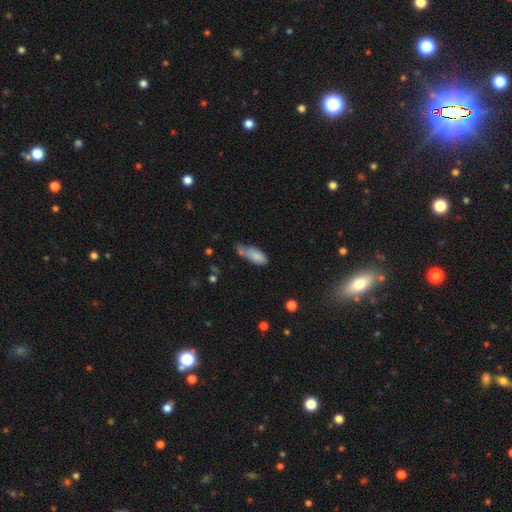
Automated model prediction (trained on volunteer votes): Smooth or featured? Predicted: smooth (p=0.82). How rounded? Predicted: in between (p=0.82). Merging? Predicted: none (p=0.38).